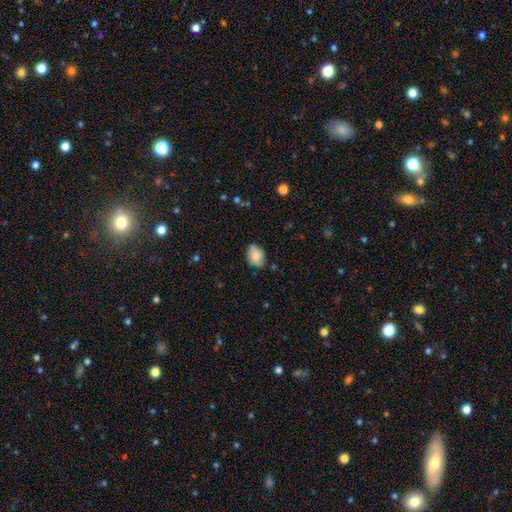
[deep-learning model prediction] The model was most divided on "merging": none: 70%, minor disturbance: 24%, major disturbance: 4%, merger: 2%. More confident: how rounded — in between (82%); smooth or featured — smooth (76%).